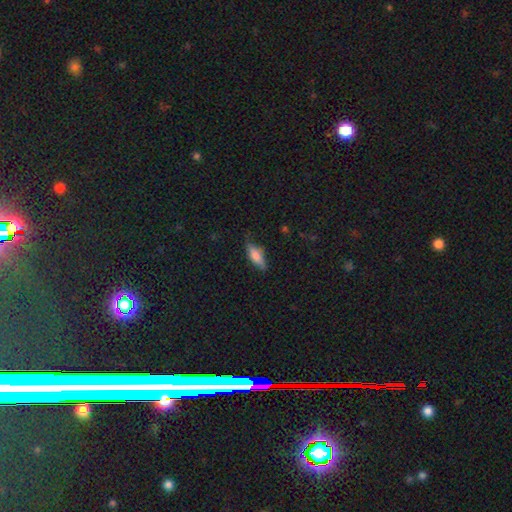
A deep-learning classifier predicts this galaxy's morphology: type=smooth (67%); roundness=in between (60%); merging=none (69%).